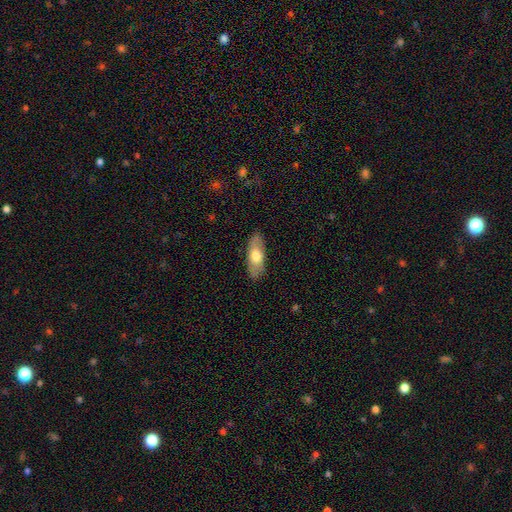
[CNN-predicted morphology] Smooth or featured? smooth (65%)
How rounded? in between (73%)
Merging? none (86%)